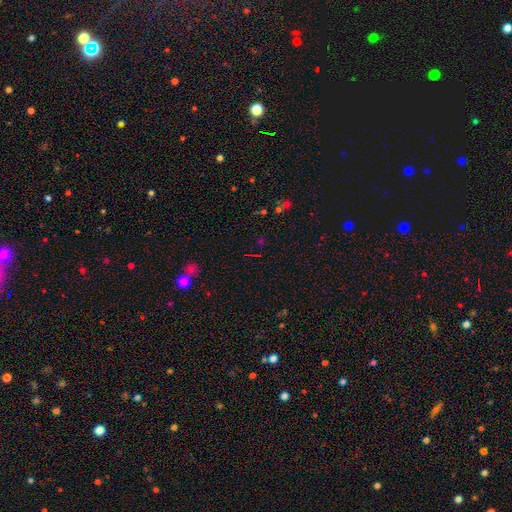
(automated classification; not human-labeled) Morphology: type=star or artifact (67%).